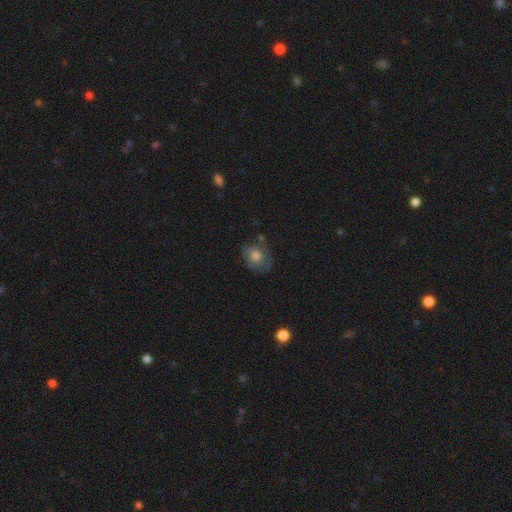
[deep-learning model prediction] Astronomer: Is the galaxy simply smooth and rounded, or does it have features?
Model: smooth — 61%.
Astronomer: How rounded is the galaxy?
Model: round — 64%.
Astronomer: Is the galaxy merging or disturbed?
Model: none — 64%.